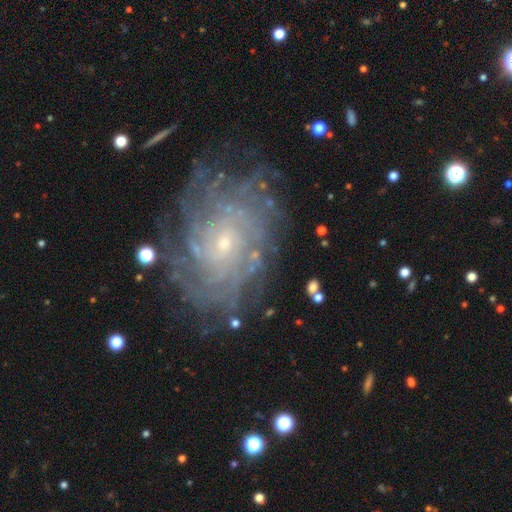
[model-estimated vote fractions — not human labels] Q: Smooth or featured?
A: featured or disk (81%); runner-up: smooth (10%)
Q: Edge-on disk?
A: no (97%); runner-up: yes (3%)
Q: Bar?
A: no (74%); runner-up: weak (21%)
Q: Spiral arms?
A: yes (94%); runner-up: no (6%)
Q: Spiral winding?
A: tight (77%); runner-up: medium (18%)
Q: Spiral arm count?
A: can't tell (43%); runner-up: more than 4 (19%)
Q: Bulge size?
A: small (80%); runner-up: moderate (15%)
Q: Merging?
A: none (77%); runner-up: minor disturbance (15%)